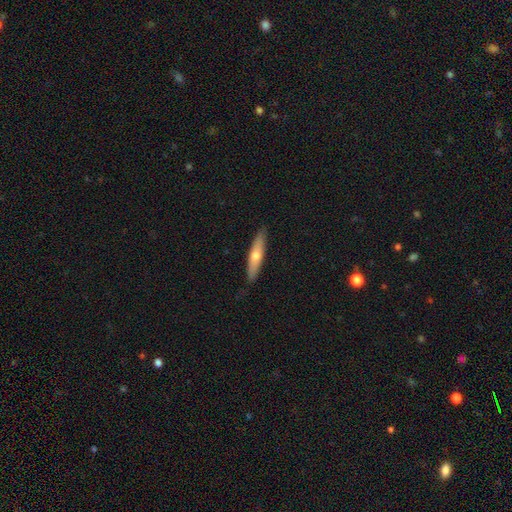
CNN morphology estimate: This appears to be a smooth galaxy with no disk features (55%) that is cigar-shaped (82%). Merging: none (87%).